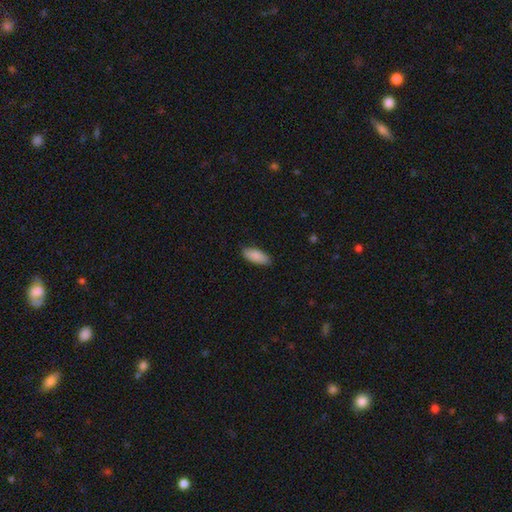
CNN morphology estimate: Overall: smooth (89%). How rounded: in between (83%). Merging: none (85%).